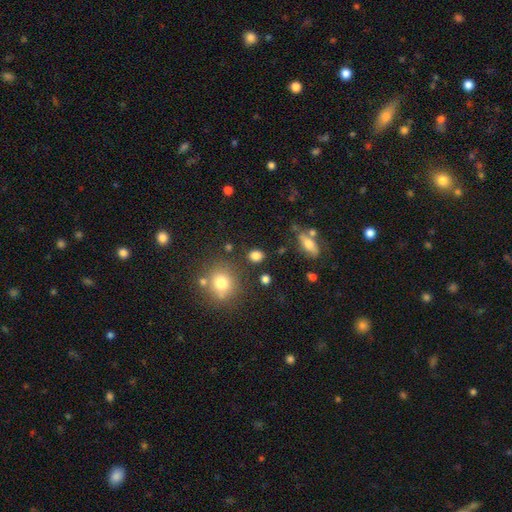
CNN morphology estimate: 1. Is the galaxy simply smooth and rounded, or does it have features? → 81% smooth, 13% star or artifact, 6% featured or disk.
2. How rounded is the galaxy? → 55% round, 43% in between, 2% cigar-shaped.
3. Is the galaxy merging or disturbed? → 81% none, 10% minor disturbance, 5% merger, 4% major disturbance.